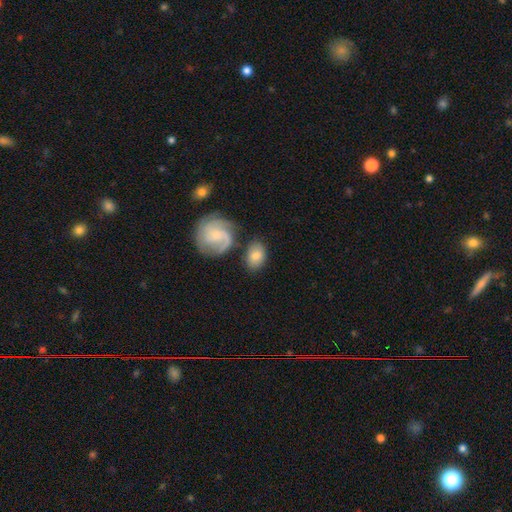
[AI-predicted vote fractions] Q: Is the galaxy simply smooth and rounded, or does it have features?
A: smooth — 67%.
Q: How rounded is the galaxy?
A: in between — 77%.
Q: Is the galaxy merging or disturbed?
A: none — 70%.